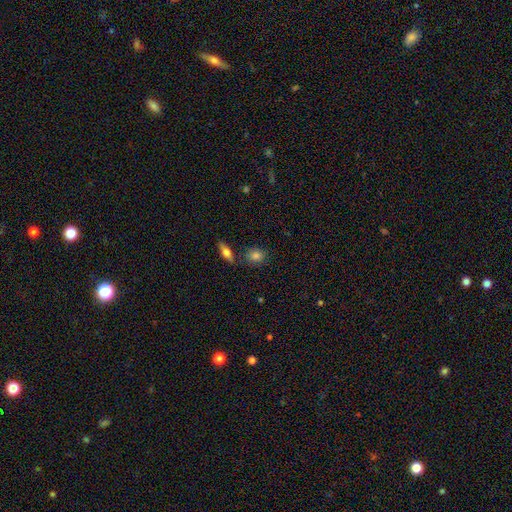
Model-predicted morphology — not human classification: A smooth galaxy with no disk features (81%) that is round (51%).

Vote fractions:
- Smooth or featured? smooth: 81% / featured or disk: 10% / star or artifact: 9%
- How rounded? round: 51% / in between: 45% / cigar-shaped: 3%
- Merging? none: 77% / minor disturbance: 12% / merger: 8% / major disturbance: 3%